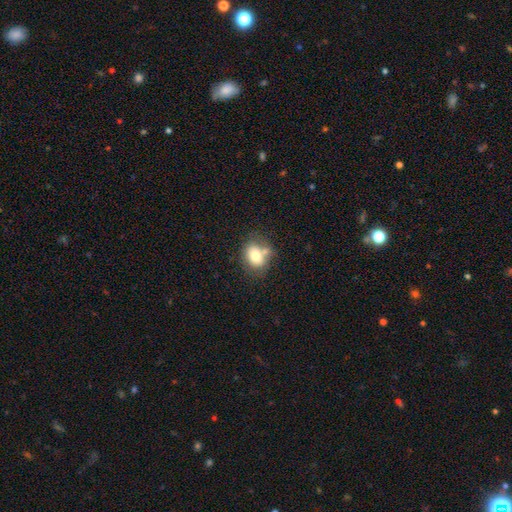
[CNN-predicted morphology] Smooth or featured? smooth (72%)
How rounded? in between (55%)
Merging? none (48%)